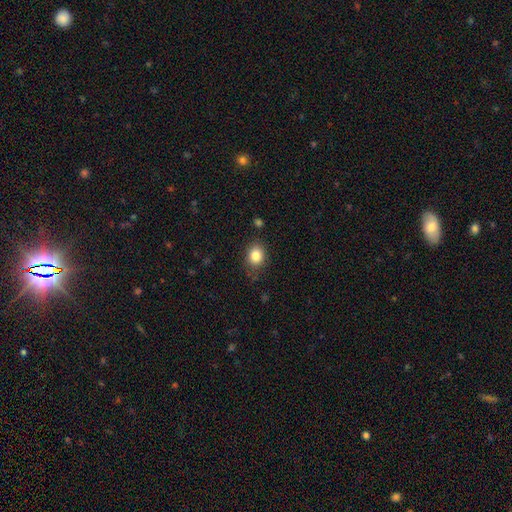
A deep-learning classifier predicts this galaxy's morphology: Smooth or featured? Predicted: smooth (p=0.84). How rounded? Predicted: round (p=0.52). Merging? Predicted: none (p=0.81).